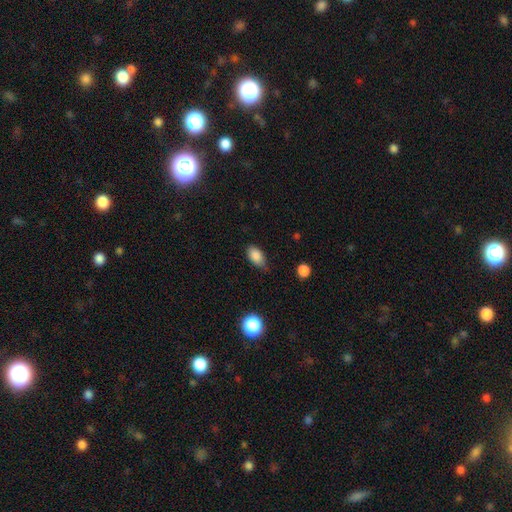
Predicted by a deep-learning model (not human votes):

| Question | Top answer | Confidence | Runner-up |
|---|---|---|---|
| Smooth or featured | smooth | 86% | star or artifact (9%) |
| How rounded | in between | 90% | round (8%) |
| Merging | none | 65% | minor disturbance (29%) |